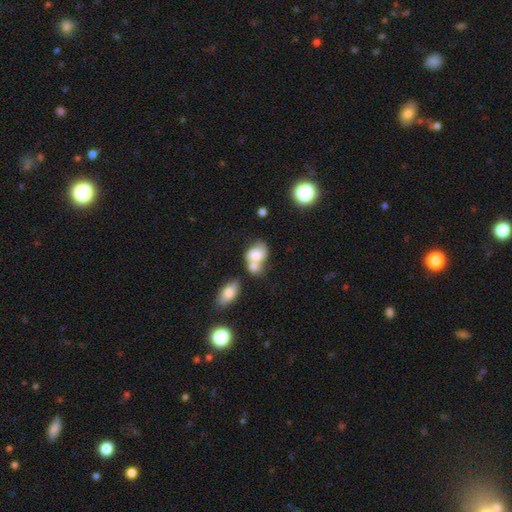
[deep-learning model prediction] This appears to be a smooth galaxy with no disk features (64%) that is in between round and cigar-shaped (66%). Merging: merger (57%).